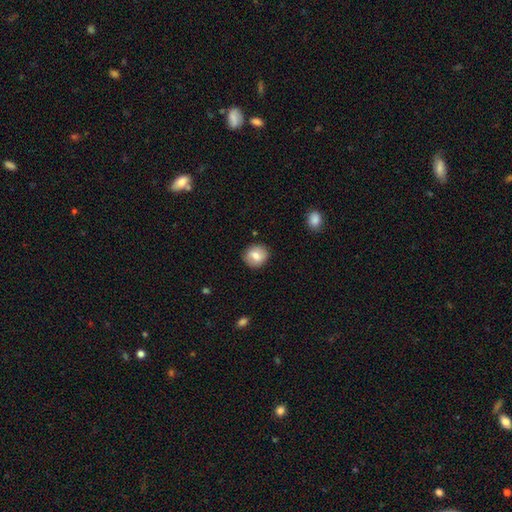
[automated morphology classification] type=smooth (75%); roundness=round (79%); merging=none (86%).